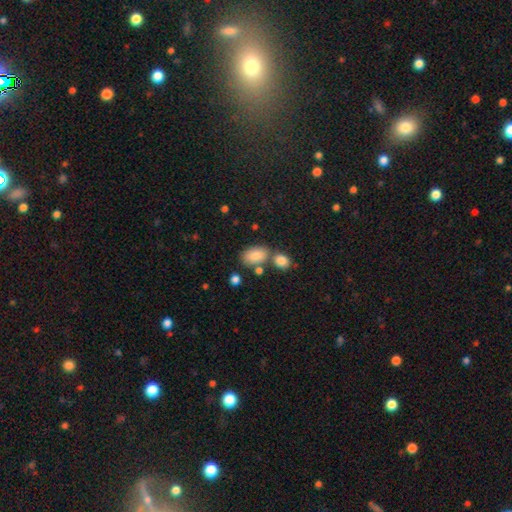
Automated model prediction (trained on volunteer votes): A smooth galaxy with no disk features (84%) that is in between round and cigar-shaped (91%).

Vote fractions:
- Smooth or featured? smooth: 84% / star or artifact: 8% / featured or disk: 8%
- How rounded? in between: 91% / round: 8% / cigar-shaped: 2%
- Merging? none: 60% / merger: 22% / minor disturbance: 14% / major disturbance: 4%